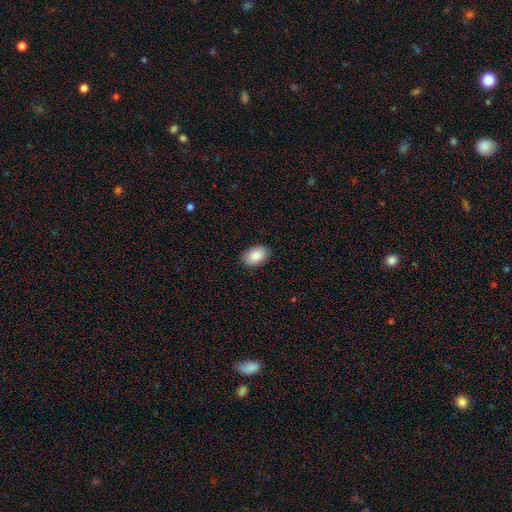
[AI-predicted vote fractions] smooth 86%, featured or disk 7%, star or artifact 7%. Down the decision tree: how rounded — in between (89%); merging — none (88%).